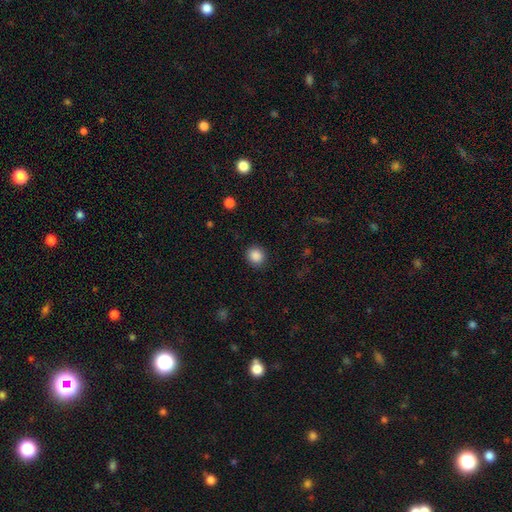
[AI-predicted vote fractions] smooth 88%, star or artifact 9%, featured or disk 3%. Down the decision tree: how rounded — round (86%); merging — none (90%).